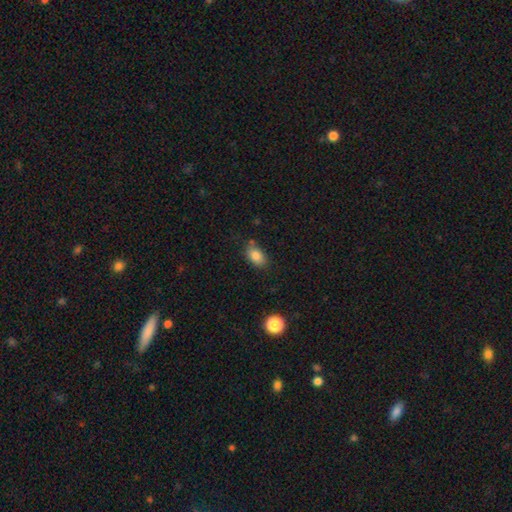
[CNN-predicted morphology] Smooth or featured: smooth — 83% (star or artifact — 9%)
How rounded: in between — 87% (round — 12%)
Merging: none — 73% (minor disturbance — 18%)